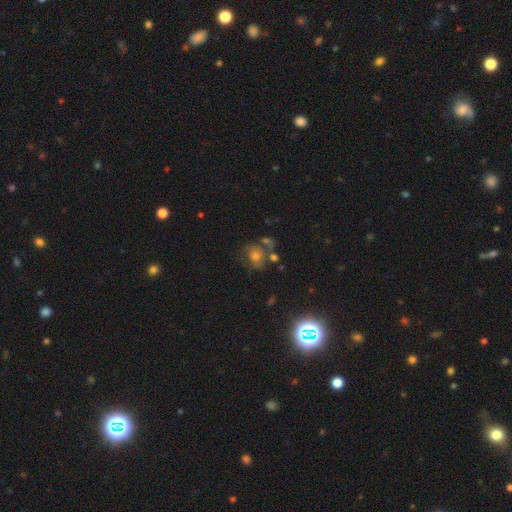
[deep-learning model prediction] Smooth or featured: smooth — 42% (featured or disk — 34%)
Merging: none — 50% (merger — 19%)